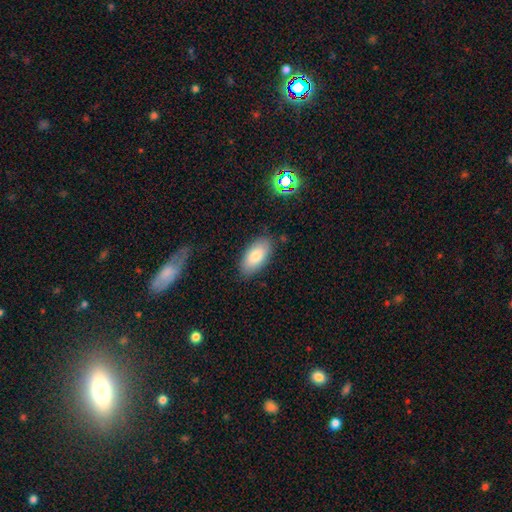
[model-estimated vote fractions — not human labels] This is clearly a smooth galaxy (81%). How rounded: clearly in between (93%). Merging: clearly none (84%).